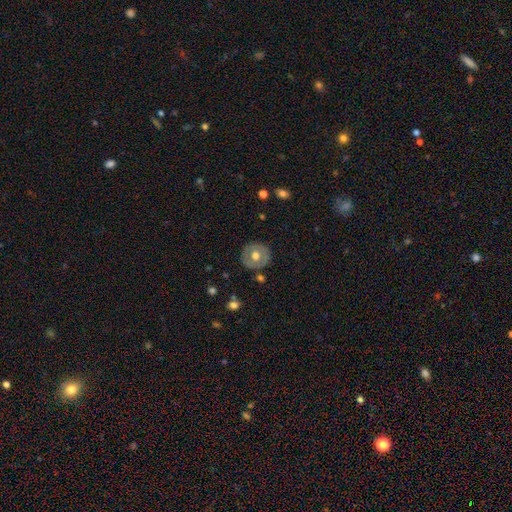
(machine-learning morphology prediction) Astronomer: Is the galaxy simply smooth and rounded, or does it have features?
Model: smooth — 53% (runner-up: featured or disk, 40%).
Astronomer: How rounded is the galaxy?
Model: round — 89%.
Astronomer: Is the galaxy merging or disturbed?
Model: none — 85%.